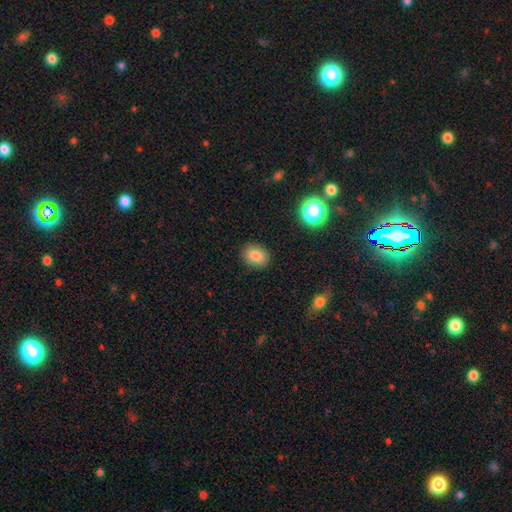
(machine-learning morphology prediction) This is clearly a smooth galaxy (82%). How rounded: possibly in between (57%). Merging: clearly none (89%).